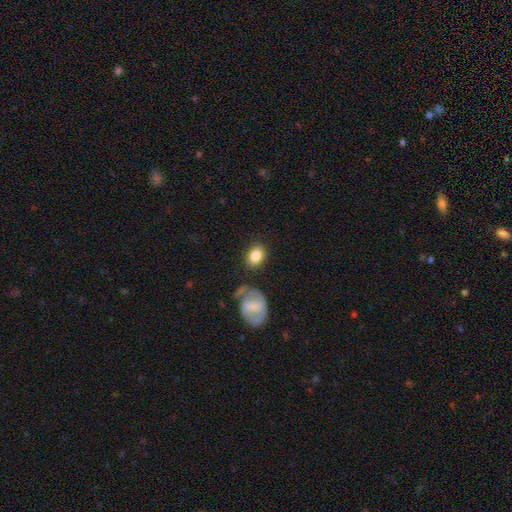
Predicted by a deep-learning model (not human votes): A smooth galaxy with no disk features (82%) that is in between round and cigar-shaped (60%). Merging: none (74%).